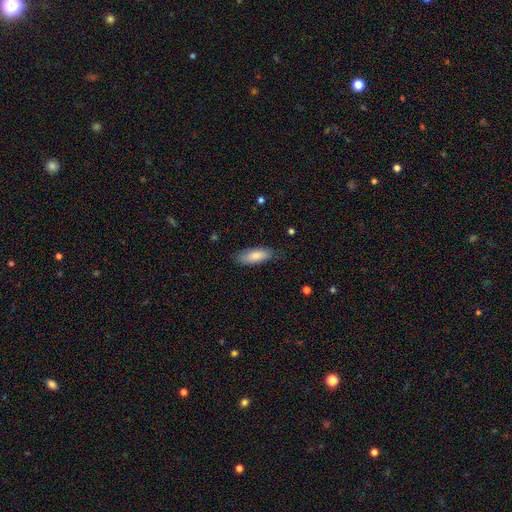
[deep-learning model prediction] Morphology: type=smooth (82%); roundness=in between (71%); merging=none (80%).